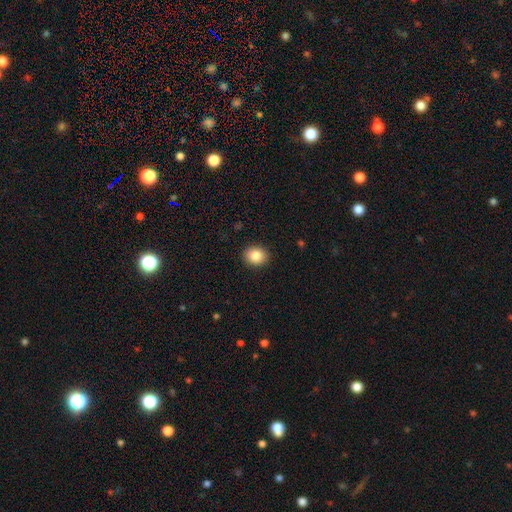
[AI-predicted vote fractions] This appears to be a smooth galaxy with no disk features (84%) that is round (64%). Merging: none (91%).